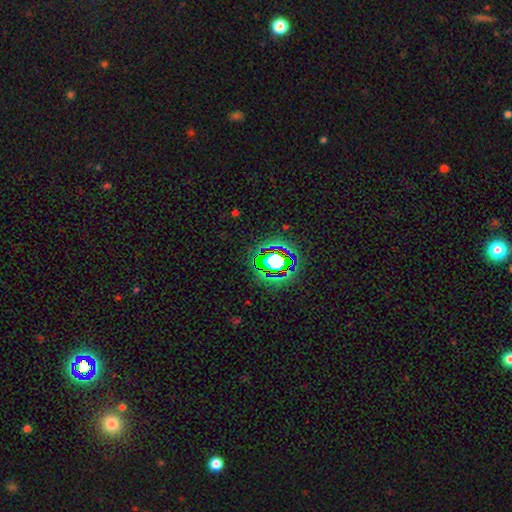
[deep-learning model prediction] star or artifact 72%, smooth 16%, featured or disk 12%.